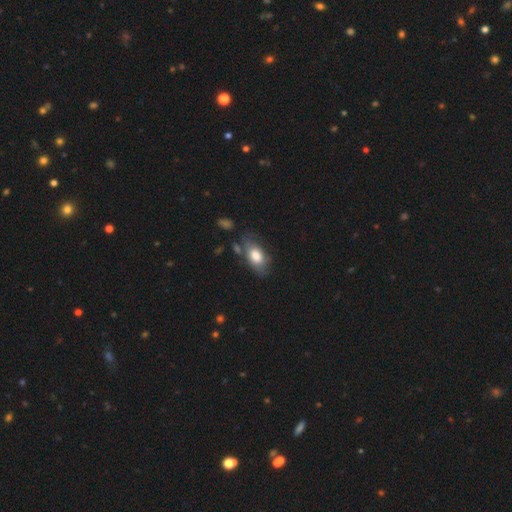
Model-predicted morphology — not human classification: Overall: smooth (74%). How rounded: in between (91%). Merging: none (57%; minor disturbance 26%).